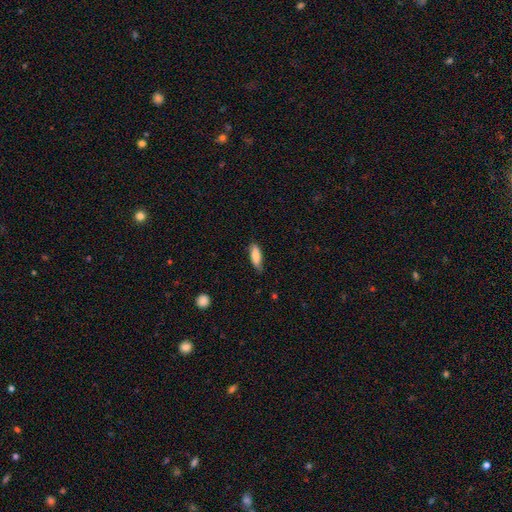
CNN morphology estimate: smooth_or_featured: smooth (p=0.79) [alt: featured or disk p=0.15]
how_rounded: in between (p=0.61) [alt: cigar-shaped p=0.37]
merging: none (p=0.70) [alt: minor disturbance p=0.25]